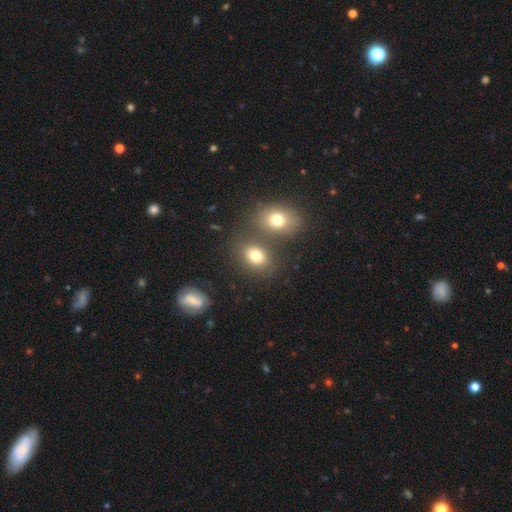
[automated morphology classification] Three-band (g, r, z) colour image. It shows a smooth galaxy with no disk features (76%) that is in between round and cigar-shaped (60%). Merging: none (61%).